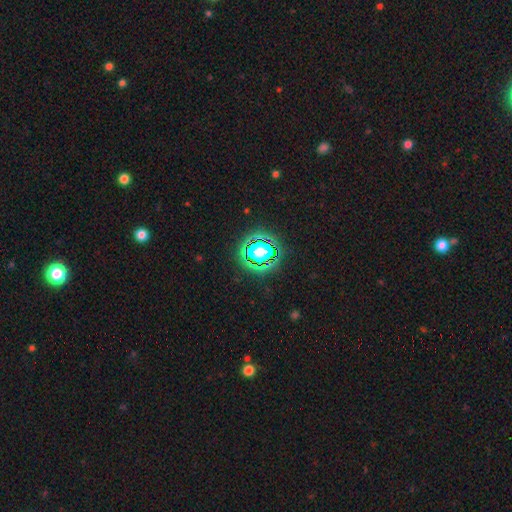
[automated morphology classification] Overall: star or artifact (59%; smooth 27%).